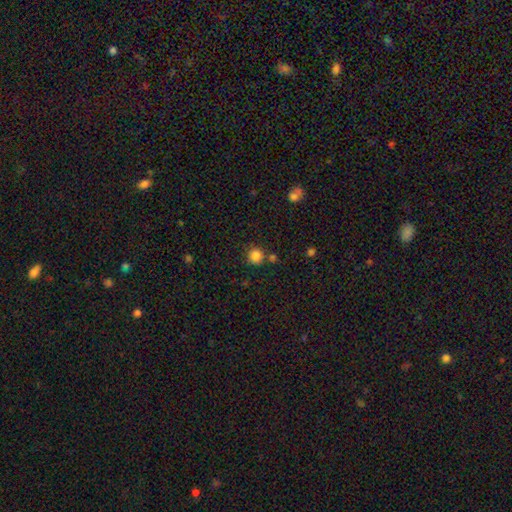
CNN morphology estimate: Smooth or featured: smooth — 84% (star or artifact — 12%)
How rounded: round — 92% (in between — 7%)
Merging: none — 76% (minor disturbance — 10%)